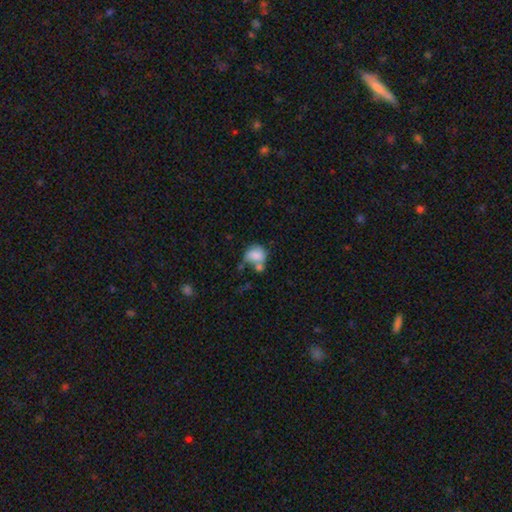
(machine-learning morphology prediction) A smooth galaxy with no disk features (77%) that is round (56%). Merging: merger (38%).